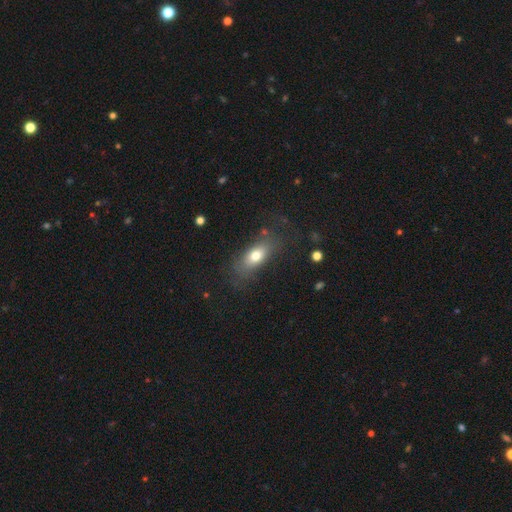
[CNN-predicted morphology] The model was most divided on "merging": none: 71%, minor disturbance: 17%, major disturbance: 10%, merger: 2%. More confident: how rounded — in between (80%); smooth or featured — smooth (72%).